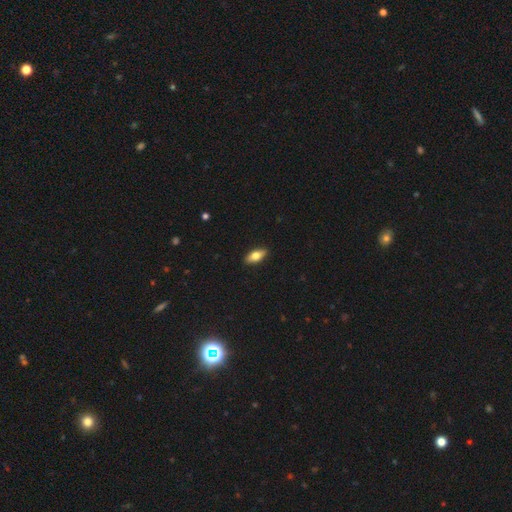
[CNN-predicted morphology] This appears to be a smooth galaxy with no disk features (72%) that is in between round and cigar-shaped (81%). Merging: none (90%).